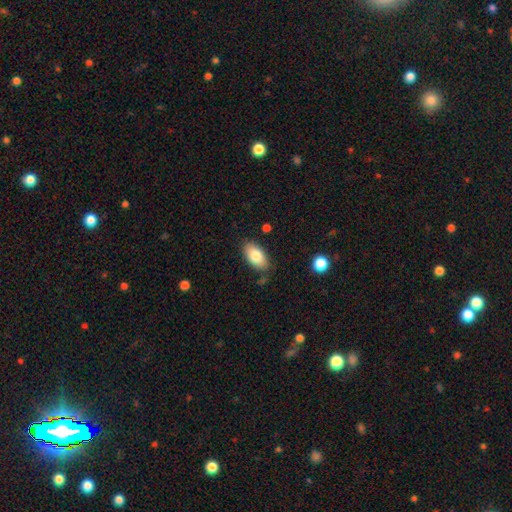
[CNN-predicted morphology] smooth_or_featured: smooth (p=0.81) [alt: featured or disk p=0.12]
how_rounded: in between (p=0.93) [alt: round p=0.04]
merging: none (p=0.82) [alt: minor disturbance p=0.13]